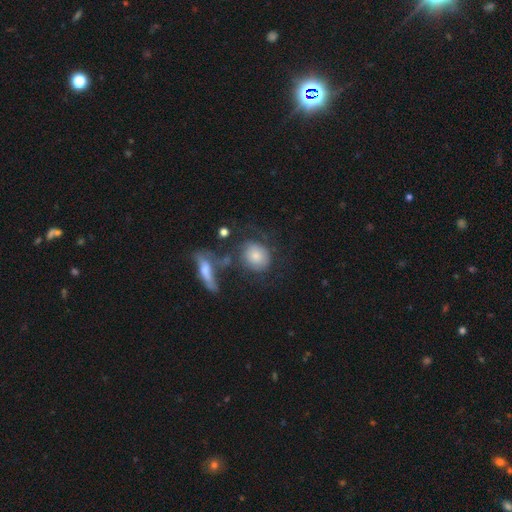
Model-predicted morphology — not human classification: A smooth galaxy with no disk features (66%) that is round (66%).

Vote fractions:
- Smooth or featured? smooth: 66% / featured or disk: 26% / star or artifact: 8%
- How rounded? round: 66% / in between: 32% / cigar-shaped: 2%
- Merging? none: 44% / merger: 20% / minor disturbance: 18% / major disturbance: 18%